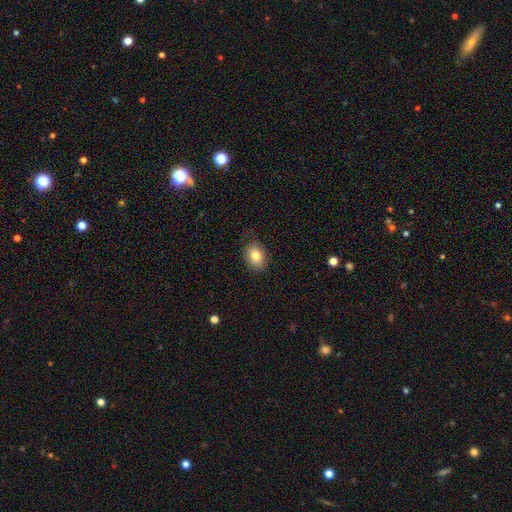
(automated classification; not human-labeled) Smooth or featured?
  - smooth: 81% *
  - featured or disk: 10%
  - star or artifact: 9%
How rounded?
  - in between: 66% *
  - round: 33%
  - cigar-shaped: 1%
Merging?
  - none: 86% *
  - minor disturbance: 11%
  - major disturbance: 2%
  - merger: 1%